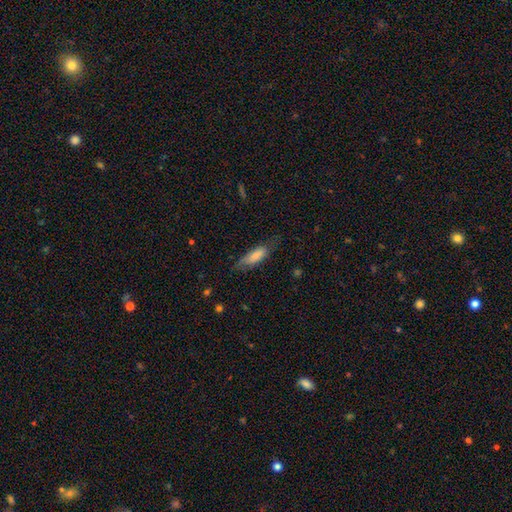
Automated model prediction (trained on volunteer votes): Q: Smooth or featured?
A: smooth (77%); runner-up: featured or disk (16%)
Q: How rounded?
A: in between (58%); runner-up: cigar-shaped (40%)
Q: Merging?
A: none (60%); runner-up: minor disturbance (29%)